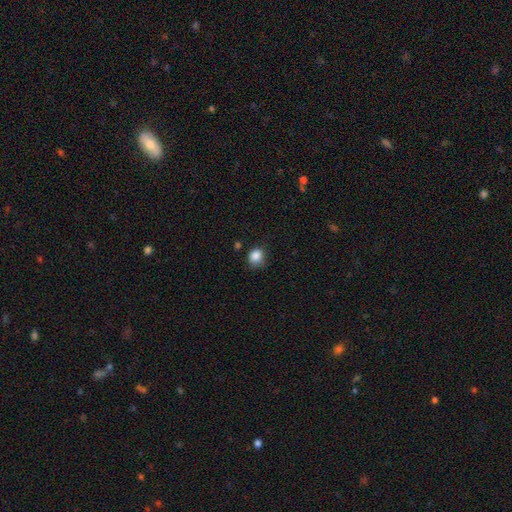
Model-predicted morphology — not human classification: Smooth or featured: smooth — 86% (star or artifact — 10%)
How rounded: round — 74% (in between — 25%)
Merging: none — 70% (minor disturbance — 23%)